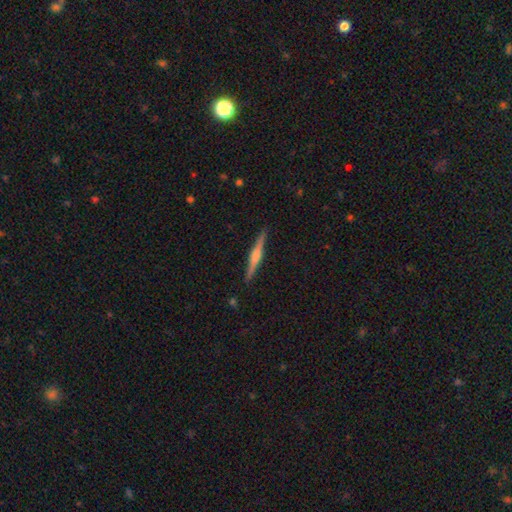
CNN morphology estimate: This is likely a featured or disk galaxy (75%). It is clearly viewed edge-on (98%). Edge-on bulge: likely rounded (77%). Merging: clearly none (91%).